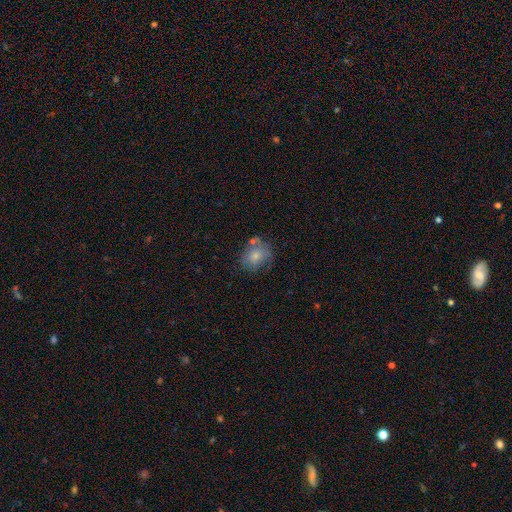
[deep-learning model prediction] smooth_or_featured: smooth (p=0.75) [alt: featured or disk p=0.16]
how_rounded: round (p=0.58) [alt: in between p=0.41]
merging: none (p=0.60) [alt: minor disturbance p=0.22]